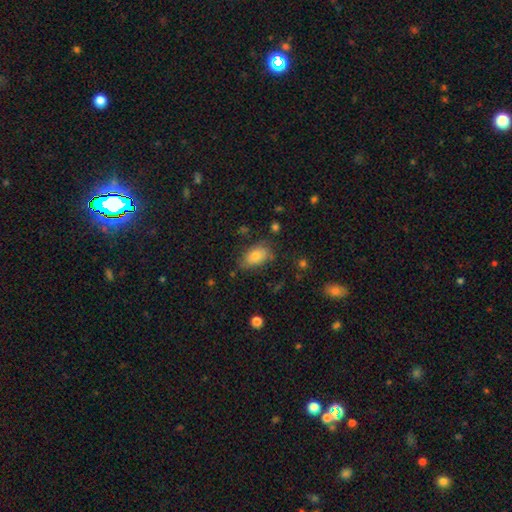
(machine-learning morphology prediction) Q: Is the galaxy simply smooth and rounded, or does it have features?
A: smooth — 74%.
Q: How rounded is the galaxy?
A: in between — 89%.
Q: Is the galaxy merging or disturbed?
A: none — 67%.